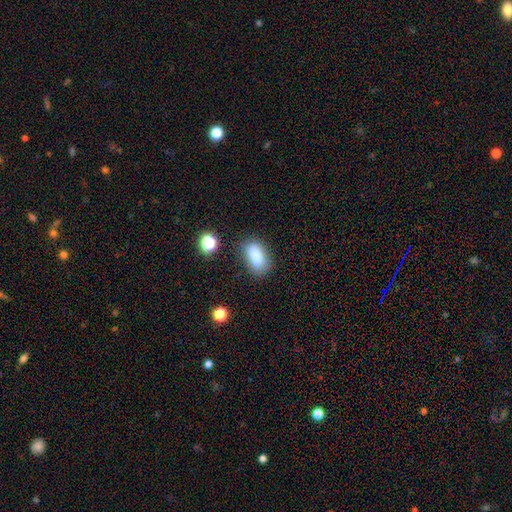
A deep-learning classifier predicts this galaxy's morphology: Overall: smooth (79%). How rounded: in between (84%). Merging: none (63%).